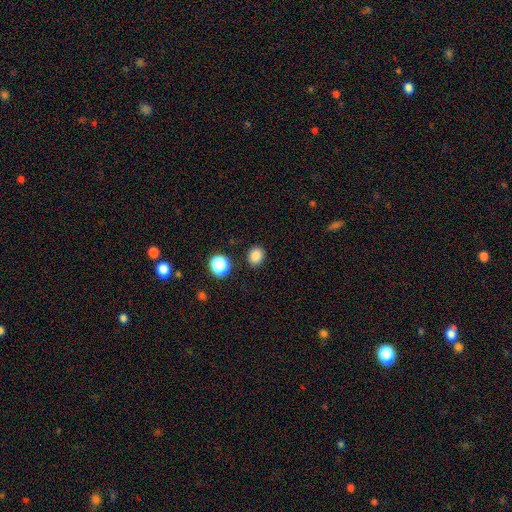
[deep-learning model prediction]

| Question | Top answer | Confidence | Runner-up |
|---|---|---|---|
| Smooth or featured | smooth | 84% | star or artifact (13%) |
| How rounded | round | 66% | in between (34%) |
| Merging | none | 87% | minor disturbance (8%) |